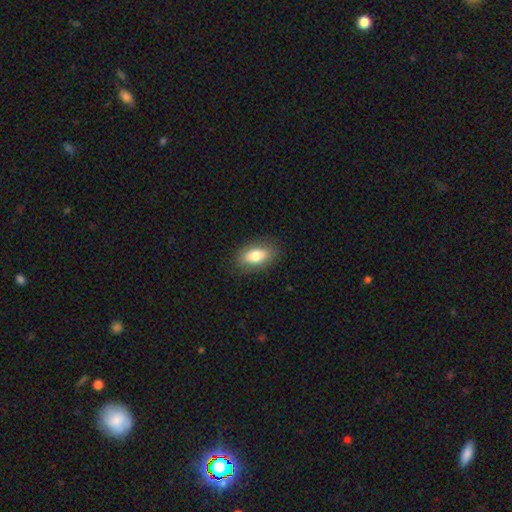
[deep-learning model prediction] A smooth galaxy with no disk features (79%) that is in between round and cigar-shaped (90%). Merging: none (85%).